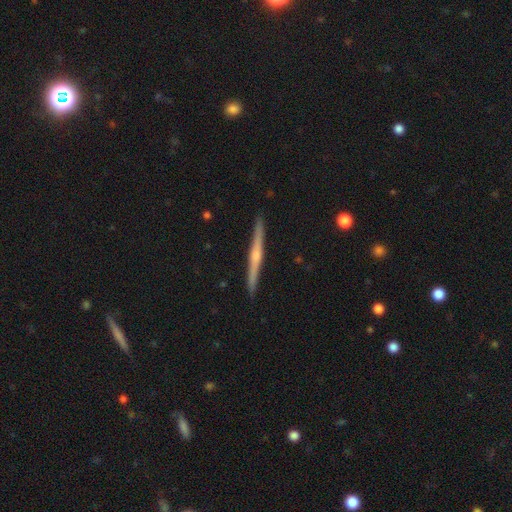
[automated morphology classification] A featured or disk galaxy (73%) viewed edge-on (98%) with a rounded central bulge (77%). Merging: none (90%).